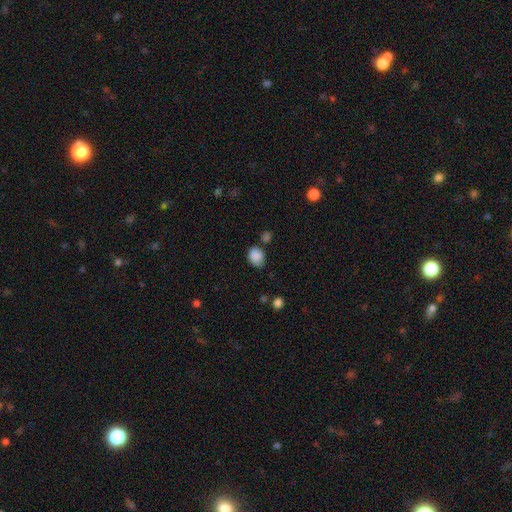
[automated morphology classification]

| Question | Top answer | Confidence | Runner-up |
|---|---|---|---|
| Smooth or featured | smooth | 86% | star or artifact (10%) |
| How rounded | round | 52% | in between (47%) |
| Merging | none | 62% | minor disturbance (25%) |